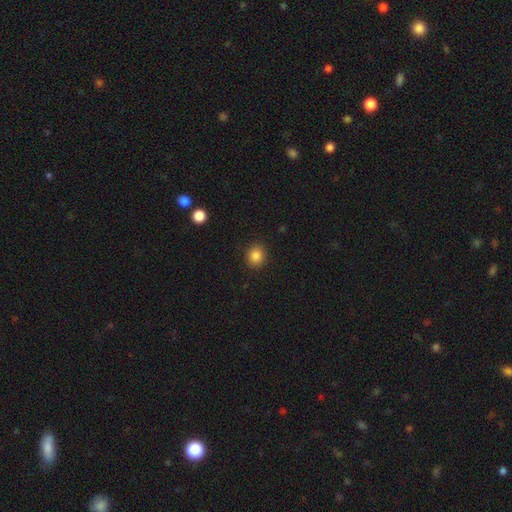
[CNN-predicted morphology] A smooth galaxy with no disk features (85%) that is round (77%). Merging: none (90%).